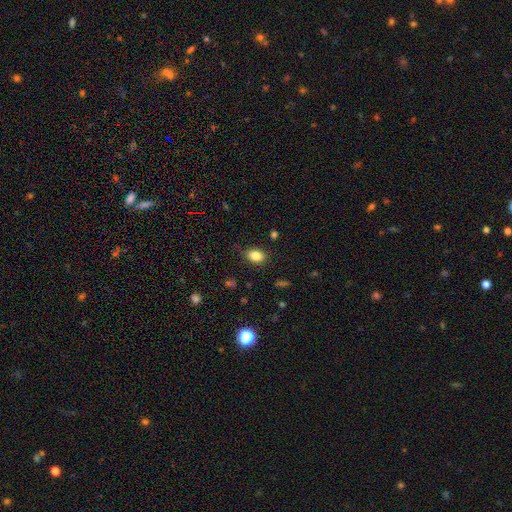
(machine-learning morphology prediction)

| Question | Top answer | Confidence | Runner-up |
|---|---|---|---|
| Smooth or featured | smooth | 84% | star or artifact (10%) |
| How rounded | in between | 69% | round (29%) |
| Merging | none | 80% | minor disturbance (15%) |